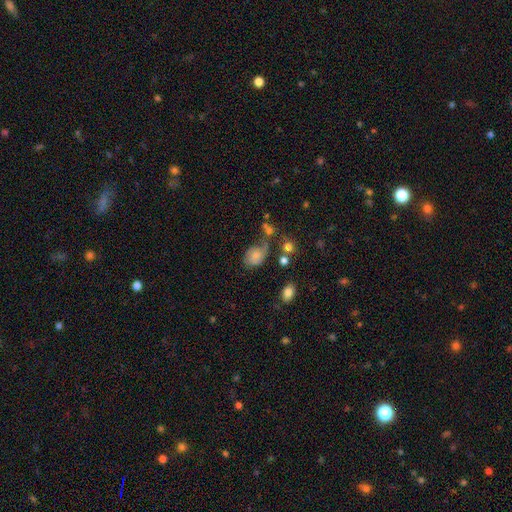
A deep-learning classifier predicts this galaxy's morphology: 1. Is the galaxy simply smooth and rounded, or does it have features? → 55% smooth, 33% featured or disk, 11% star or artifact.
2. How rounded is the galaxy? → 69% in between, 30% round, 1% cigar-shaped.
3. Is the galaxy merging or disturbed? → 36% none, 26% minor disturbance, 25% major disturbance, 13% merger.